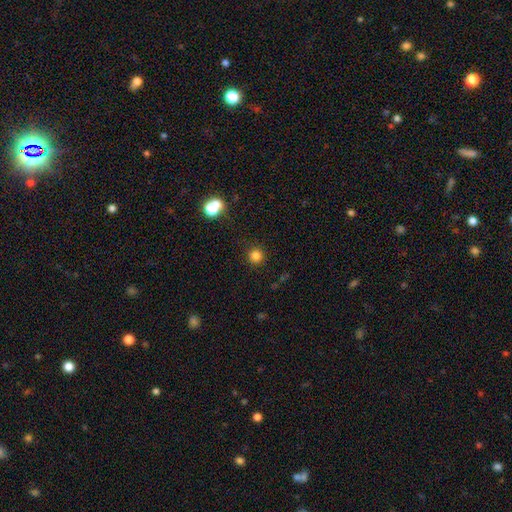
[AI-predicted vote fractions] This appears to be a smooth galaxy with no disk features (81%) that is round (95%). Merging: none (90%).